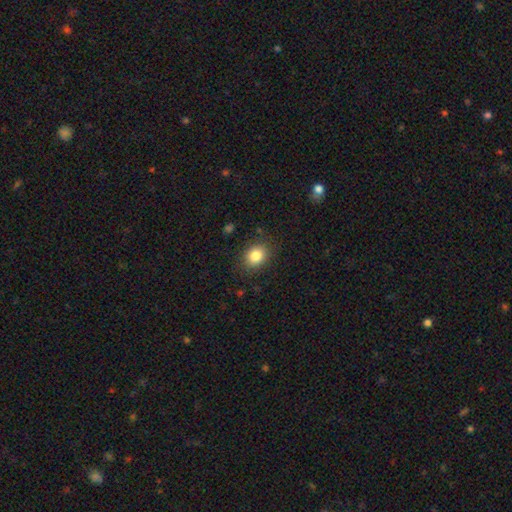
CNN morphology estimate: Q: Smooth or featured?
A: smooth (85%); runner-up: star or artifact (9%)
Q: How rounded?
A: in between (53%); runner-up: round (46%)
Q: Merging?
A: none (85%); runner-up: minor disturbance (11%)